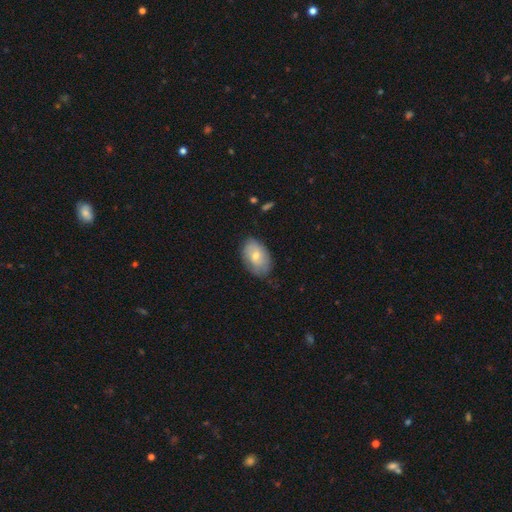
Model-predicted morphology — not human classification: This appears to be a smooth galaxy with no disk features (60%) that is in between round and cigar-shaped (87%). Merging: none (73%).